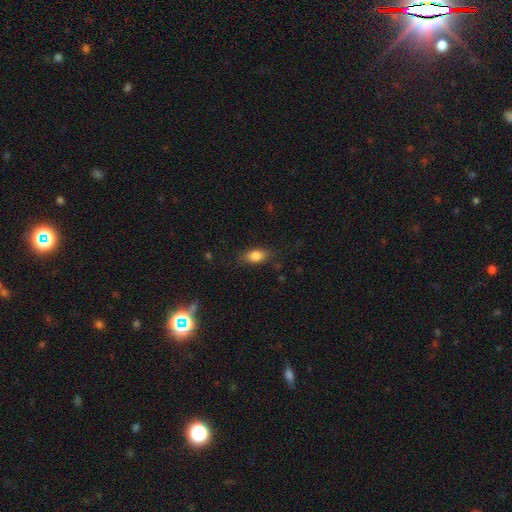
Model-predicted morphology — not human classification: Q: Smooth or featured?
A: smooth (82%); runner-up: featured or disk (10%)
Q: How rounded?
A: in between (84%); runner-up: cigar-shaped (8%)
Q: Merging?
A: none (80%); runner-up: minor disturbance (15%)